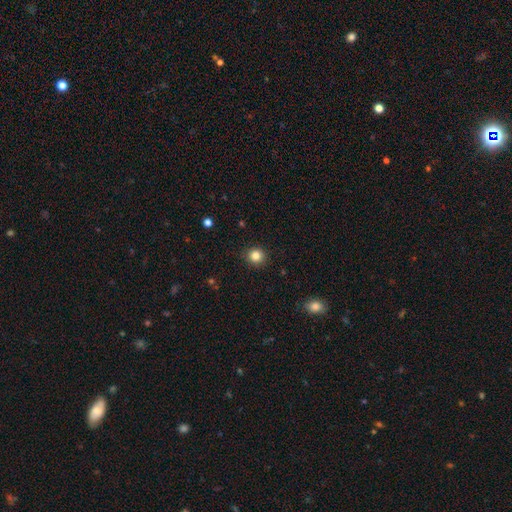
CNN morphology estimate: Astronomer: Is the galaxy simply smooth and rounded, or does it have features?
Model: smooth — 84%.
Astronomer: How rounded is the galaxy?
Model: round — 91%.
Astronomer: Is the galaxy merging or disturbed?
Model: none — 91%.